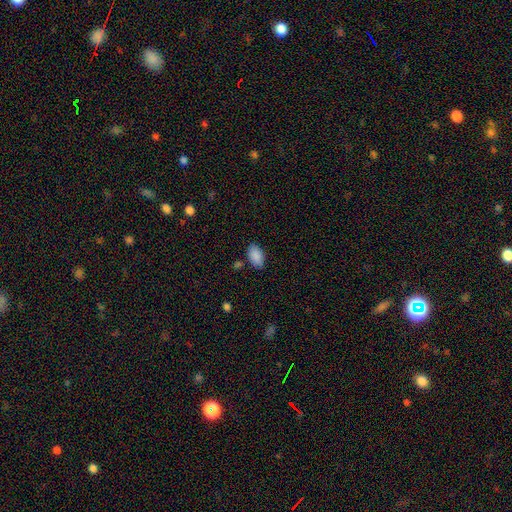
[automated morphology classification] A smooth galaxy with no disk features (88%) that is in between round and cigar-shaped (93%).

Vote fractions:
- Smooth or featured? smooth: 88% / star or artifact: 7% / featured or disk: 4%
- How rounded? in between: 93% / round: 5% / cigar-shaped: 2%
- Merging? none: 75% / minor disturbance: 18% / major disturbance: 3% / merger: 3%